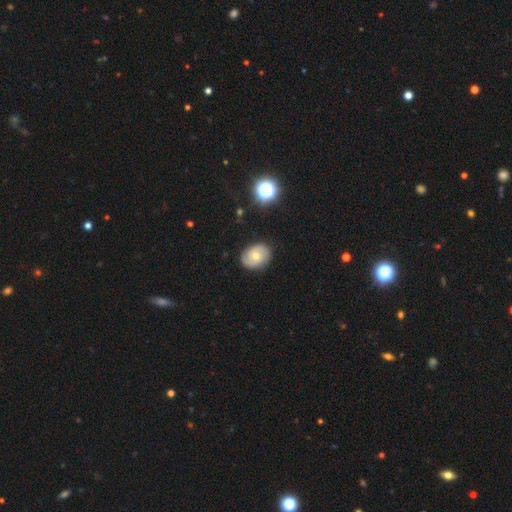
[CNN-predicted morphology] Smooth or featured: featured or disk — 52% (smooth — 38%)
Edge-on disk: no — 96% (yes — 4%)
Bar: no — 72% (weak — 23%)
Spiral arms: yes — 78% (no — 22%)
Bulge size: moderate — 59% (small — 37%)
Merging: none — 82% (minor disturbance — 14%)